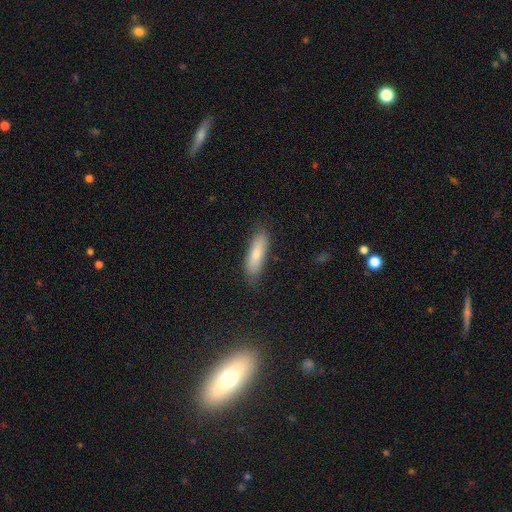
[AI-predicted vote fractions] Morphology: type=smooth (74%); roundness=cigar-shaped (64%); merging=none (82%).